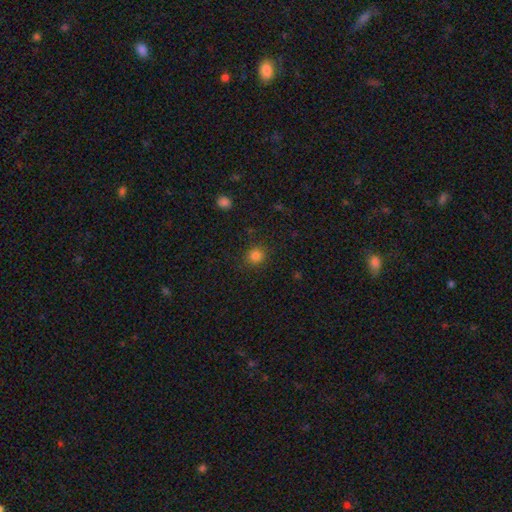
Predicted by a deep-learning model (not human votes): Morphology: type=smooth (82%); roundness=round (86%); merging=none (88%).